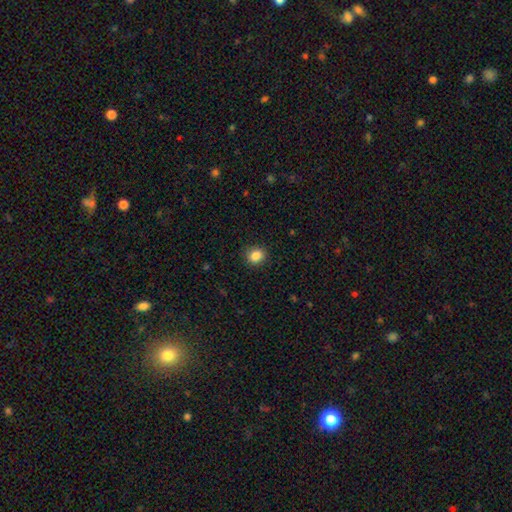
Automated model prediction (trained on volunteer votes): Smooth or featured?
  - smooth: 85% *
  - star or artifact: 10%
  - featured or disk: 4%
How rounded?
  - round: 74% *
  - in between: 26%
  - cigar-shaped: 1%
Merging?
  - none: 90% *
  - minor disturbance: 7%
  - major disturbance: 2%
  - merger: 1%